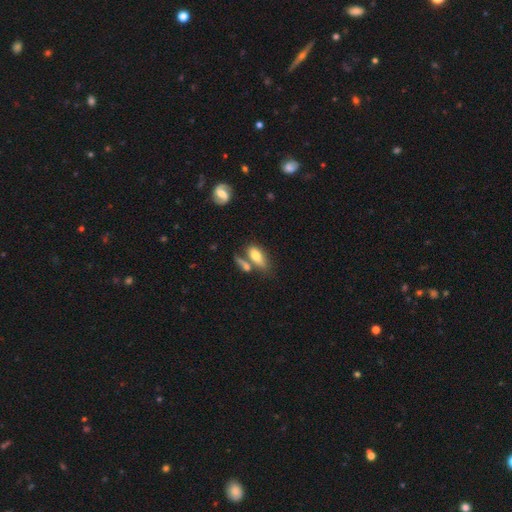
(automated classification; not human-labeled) smooth 70%, featured or disk 22%, star or artifact 8%. Down the decision tree: how rounded — in between (75%); merging — none (50%).